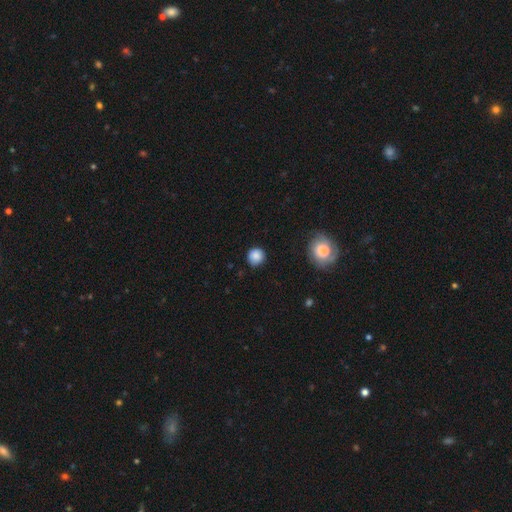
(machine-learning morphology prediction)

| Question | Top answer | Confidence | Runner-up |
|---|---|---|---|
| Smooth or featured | smooth | 85% | star or artifact (9%) |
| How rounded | round | 91% | in between (8%) |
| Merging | none | 84% | minor disturbance (12%) |